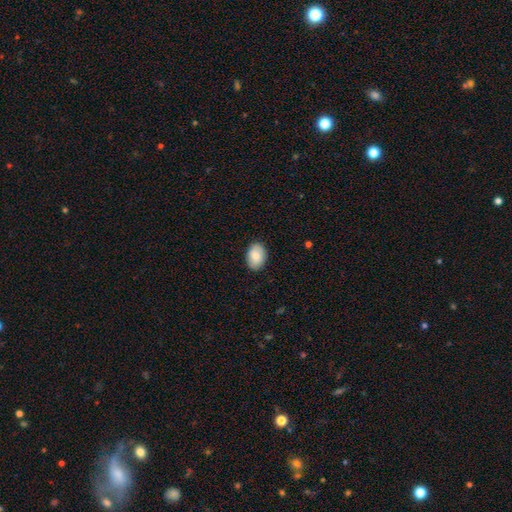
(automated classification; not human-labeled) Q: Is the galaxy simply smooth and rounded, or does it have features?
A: smooth — 86%.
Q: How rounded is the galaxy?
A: in between — 85%.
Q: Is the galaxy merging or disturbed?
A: none — 88%.